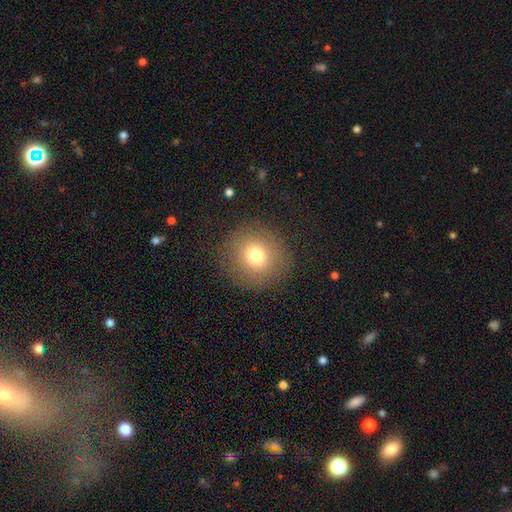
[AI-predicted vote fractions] Smooth or featured: smooth — 74% (star or artifact — 14%)
How rounded: round — 91% (in between — 8%)
Merging: none — 87% (minor disturbance — 7%)